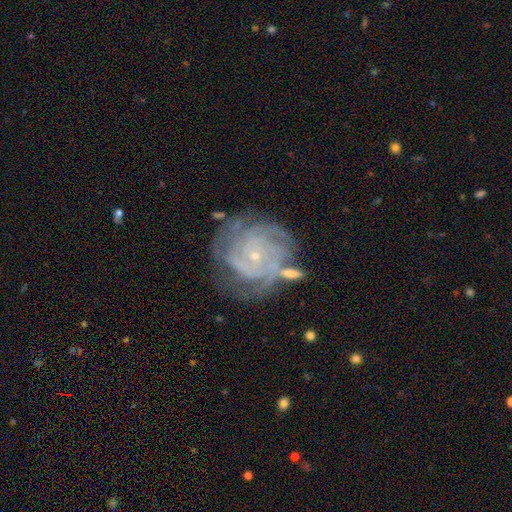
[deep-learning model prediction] Smooth or featured: featured or disk — 86% (star or artifact — 7%)
Edge-on disk: no — 98% (yes — 2%)
Bar: no — 76% (weak — 19%)
Spiral arms: yes — 96% (no — 4%)
Spiral winding: tight — 74% (medium — 21%)
Spiral arm count: 4 — 29% (can't tell — 23%)
Bulge size: small — 86% (moderate — 9%)
Merging: none — 64% (minor disturbance — 19%)